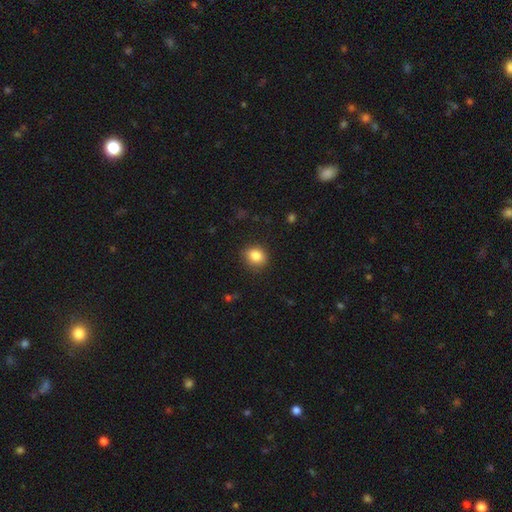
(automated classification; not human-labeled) smooth-or-featured: smooth: 85% | star or artifact: 10% | featured or disk: 6%
  how-rounded: round: 62% | in between: 37% | cigar-shaped: 1%
  merging: none: 85% | minor disturbance: 11% | major disturbance: 3% | merger: 1%